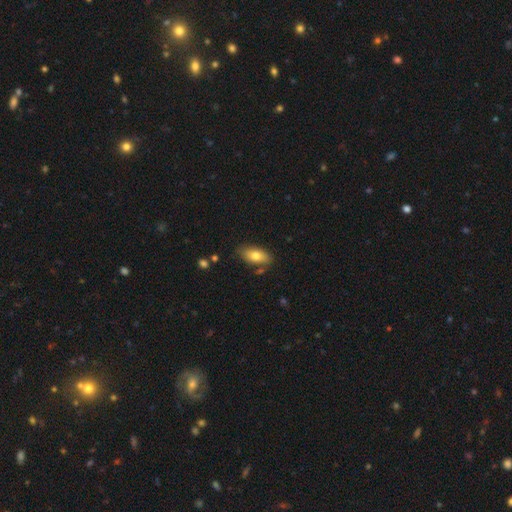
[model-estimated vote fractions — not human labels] smooth-or-featured: smooth: 77% | featured or disk: 16% | star or artifact: 7%
  how-rounded: in between: 87% | cigar-shaped: 9% | round: 4%
  merging: none: 79% | minor disturbance: 14% | merger: 4% | major disturbance: 3%